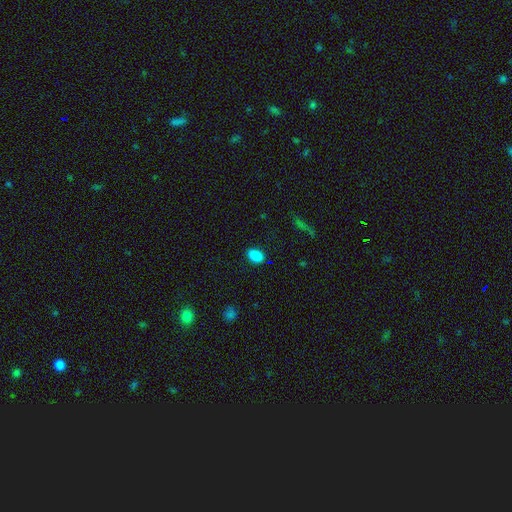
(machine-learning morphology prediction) Smooth or featured? smooth (87%)
How rounded? in between (85%)
Merging? none (85%)